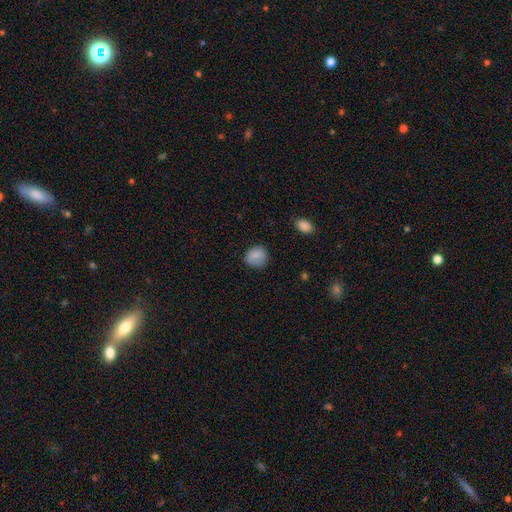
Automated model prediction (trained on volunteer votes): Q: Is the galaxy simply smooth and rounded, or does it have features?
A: smooth — 83%.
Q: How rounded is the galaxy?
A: round — 74%.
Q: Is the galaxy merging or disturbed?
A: none — 71%.